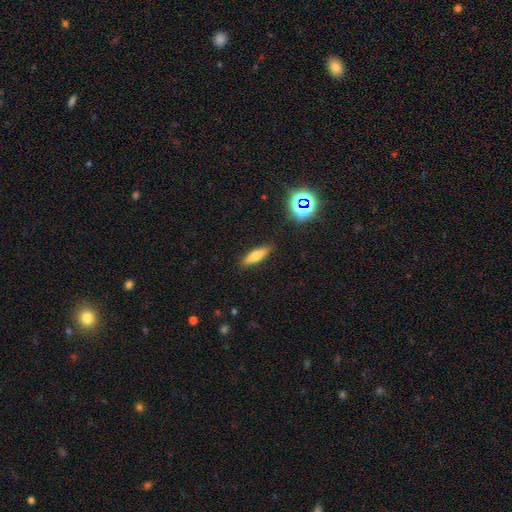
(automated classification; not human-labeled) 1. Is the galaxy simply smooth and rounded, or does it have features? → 73% smooth, 16% featured or disk, 10% star or artifact.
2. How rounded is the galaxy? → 53% cigar-shaped, 44% in between, 3% round.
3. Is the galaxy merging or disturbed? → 87% none, 9% minor disturbance, 2% major disturbance, 2% merger.